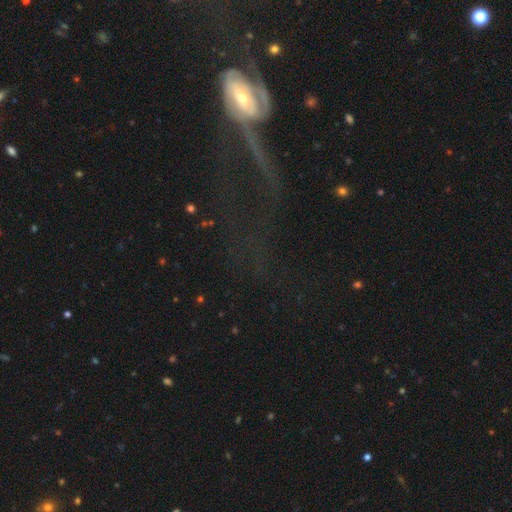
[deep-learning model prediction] featured or disk 55%, star or artifact 26%, smooth 19%. Down the decision tree: edge-on disk — no (81%); merging — major disturbance (41%).